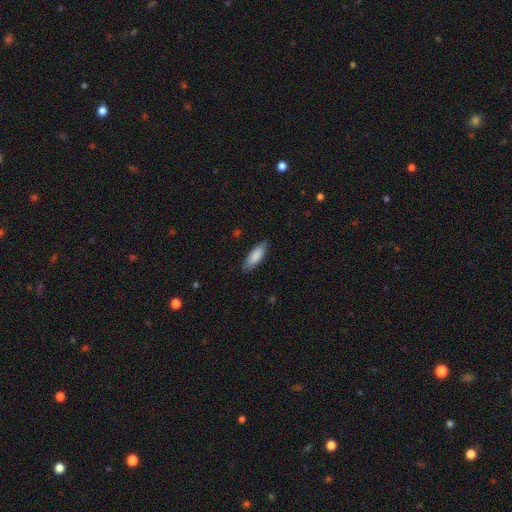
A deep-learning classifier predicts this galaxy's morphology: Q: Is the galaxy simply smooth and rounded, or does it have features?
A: smooth — 86%.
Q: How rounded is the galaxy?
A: in between — 60%.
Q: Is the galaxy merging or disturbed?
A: none — 85%.